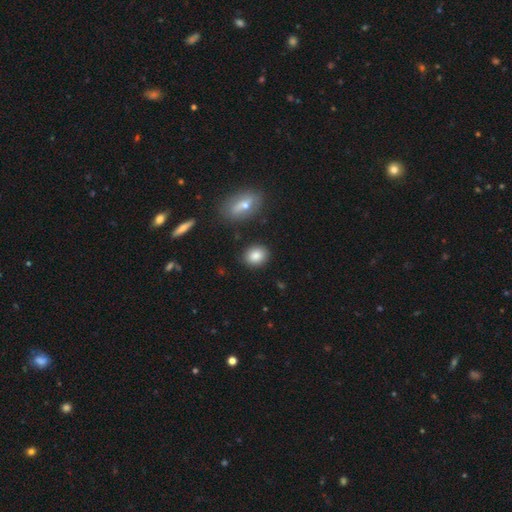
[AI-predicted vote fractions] smooth-or-featured: smooth: 85% | star or artifact: 8% | featured or disk: 7%
  how-rounded: round: 55% | in between: 44% | cigar-shaped: 2%
  merging: none: 86% | minor disturbance: 8% | merger: 3% | major disturbance: 2%